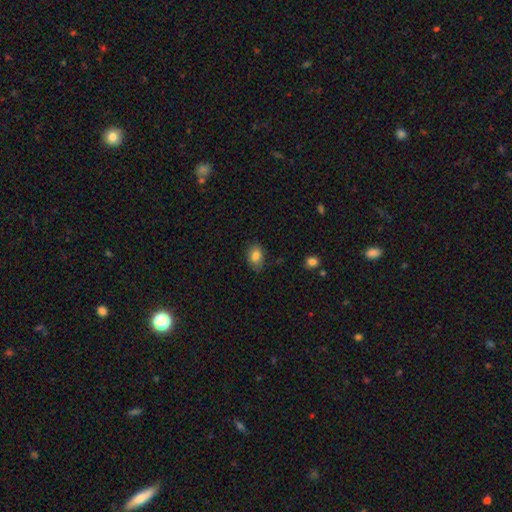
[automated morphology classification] Smooth or featured: smooth — 83% (star or artifact — 9%)
How rounded: in between — 81% (round — 18%)
Merging: none — 77% (minor disturbance — 19%)